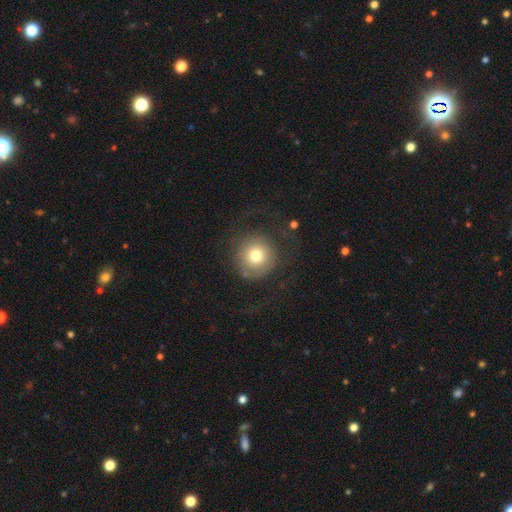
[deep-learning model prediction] Smooth or featured? smooth (69%)
How rounded? round (94%)
Merging? none (65%)